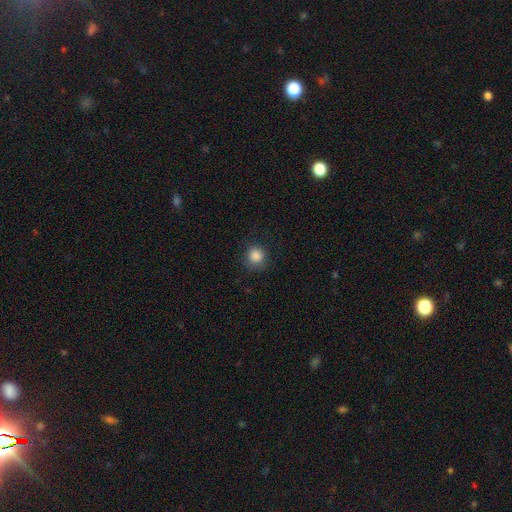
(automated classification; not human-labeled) Smooth or featured? smooth (86%)
How rounded? round (91%)
Merging? none (84%)